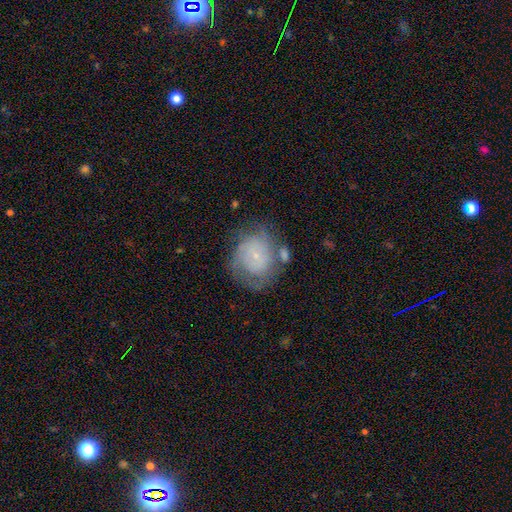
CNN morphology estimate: smooth_or_featured: featured or disk (p=0.57) [alt: smooth p=0.34]
disk_edge_on: no (p=0.97) [alt: yes p=0.03]
bar: no (p=0.79) [alt: weak p=0.18]
has_spiral_arms: yes (p=0.73) [alt: no p=0.27]
bulge_size: small (p=0.81) [alt: moderate p=0.11]
merging: none (p=0.51) [alt: minor disturbance p=0.24]